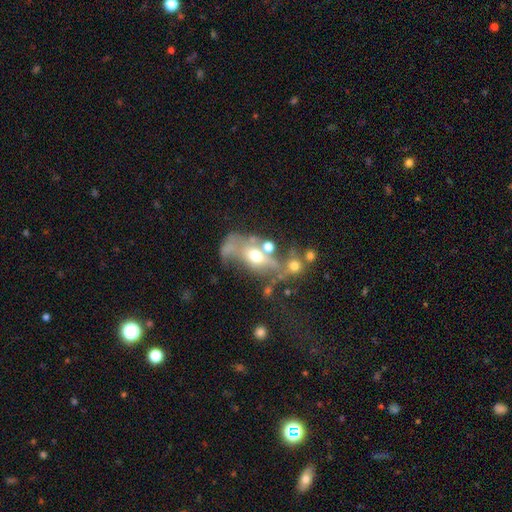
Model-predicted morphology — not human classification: Smooth or featured: featured or disk — 50% (smooth — 28%)
Edge-on disk: no — 89% (yes — 11%)
Merging: merger — 45% (major disturbance — 26%)